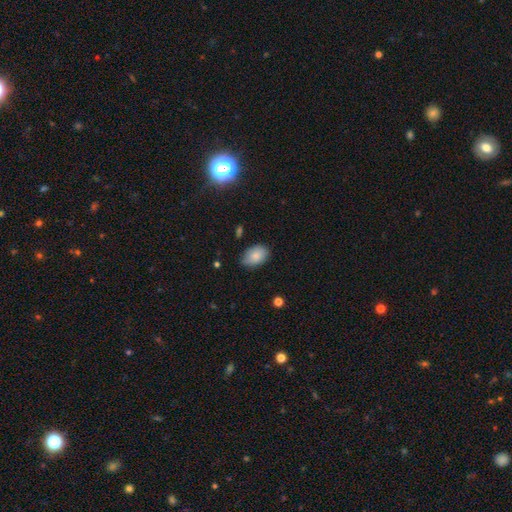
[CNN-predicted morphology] Smooth or featured? smooth (83%)
How rounded? in between (85%)
Merging? none (73%)